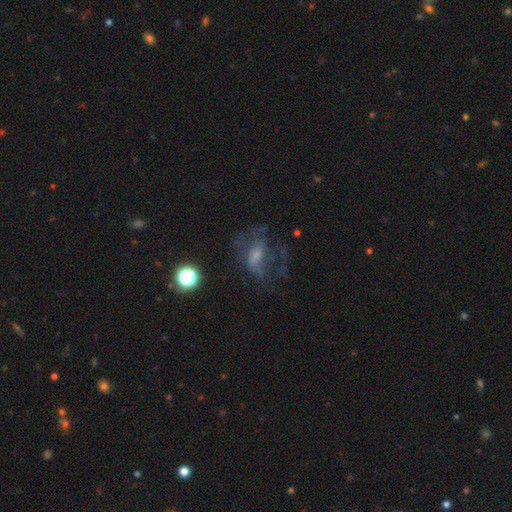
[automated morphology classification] This appears to be a featured or disk galaxy (54%) with no bar (49%), spiral arms (56%) and a moderate central bulge (31%). Merging: none (39%, tied with major disturbance).